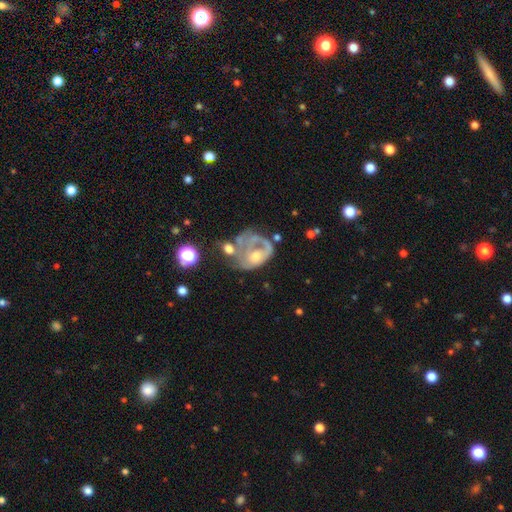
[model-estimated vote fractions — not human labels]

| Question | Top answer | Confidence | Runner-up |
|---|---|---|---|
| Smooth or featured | featured or disk | 64% | smooth (25%) |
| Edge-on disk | no | 97% | yes (3%) |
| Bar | no | 83% | weak (14%) |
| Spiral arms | no | 58% | yes (42%) |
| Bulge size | moderate | 43% | small (35%) |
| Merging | major disturbance | 38% | none (26%) |